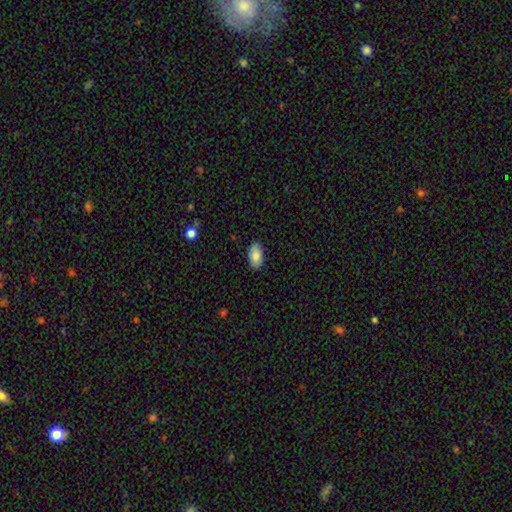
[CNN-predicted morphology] Overall: smooth (86%). How rounded: in between (94%). Merging: none (88%).